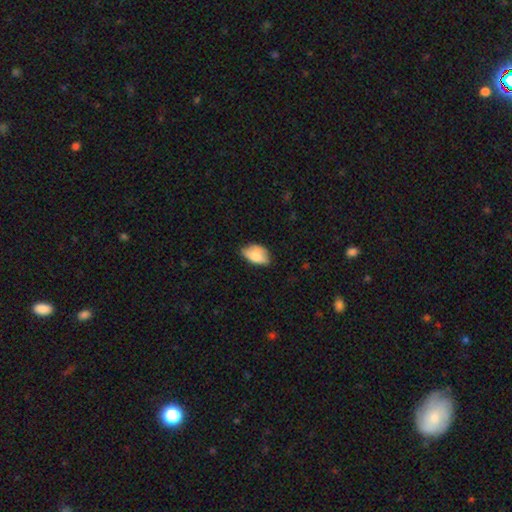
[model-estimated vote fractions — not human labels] smooth-or-featured: smooth: 74% | featured or disk: 18% | star or artifact: 8%
  how-rounded: in between: 91% | round: 7% | cigar-shaped: 3%
  merging: none: 51% | minor disturbance: 37% | major disturbance: 10% | merger: 2%